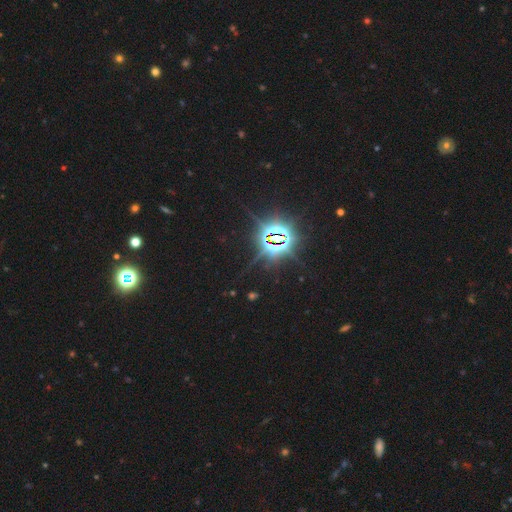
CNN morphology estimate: The model was most divided on "smooth or featured": star or artifact: 83%, smooth: 12%, featured or disk: 6%.